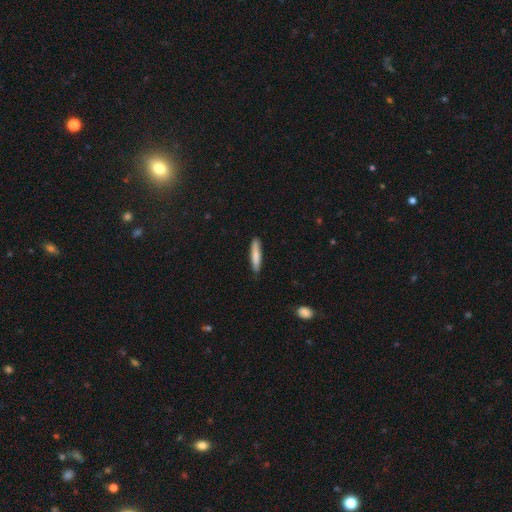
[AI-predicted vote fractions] smooth-or-featured: smooth: 79% | featured or disk: 16% | star or artifact: 5%
  how-rounded: cigar-shaped: 90% | in between: 9% | round: 1%
  merging: none: 86% | minor disturbance: 11% | major disturbance: 2% | merger: 1%